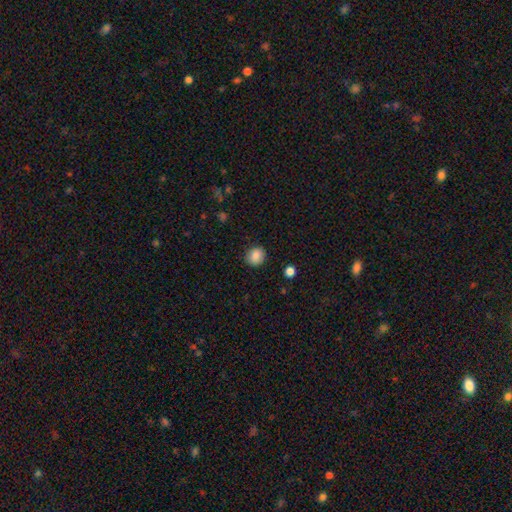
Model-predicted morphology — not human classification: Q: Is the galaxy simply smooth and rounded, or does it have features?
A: smooth — 87%.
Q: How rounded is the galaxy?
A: round — 81%.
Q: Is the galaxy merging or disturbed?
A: none — 89%.